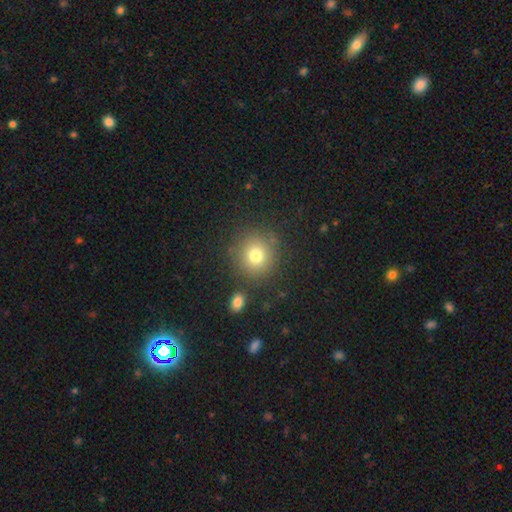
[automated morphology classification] This is likely a smooth galaxy (77%). How rounded: clearly round (89%). Merging: clearly none (83%).